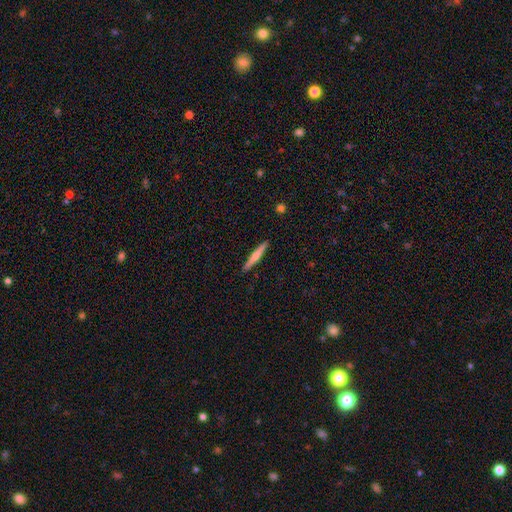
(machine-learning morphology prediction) A smooth galaxy with no disk features (49%). Merging: none (91%).